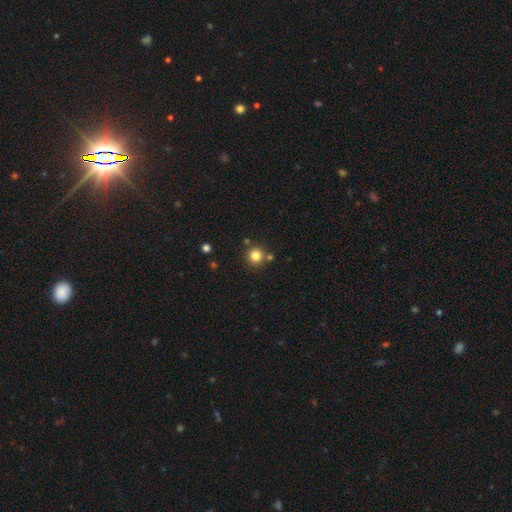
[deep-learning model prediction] The model was most divided on "smooth or featured": smooth: 82%, star or artifact: 13%, featured or disk: 6%. More confident: how rounded — round (94%); merging — none (82%).